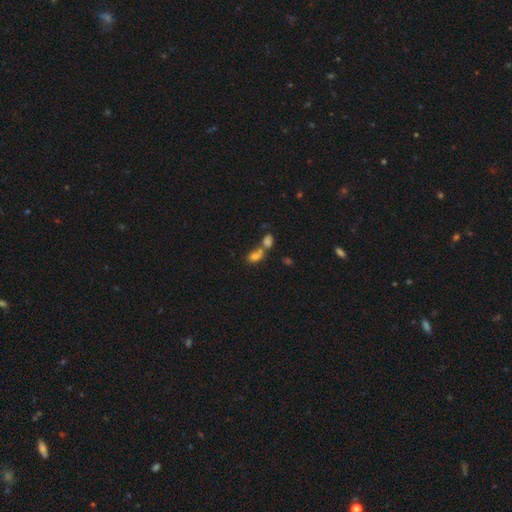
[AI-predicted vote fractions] A smooth galaxy with no disk features (73%) that is in between round and cigar-shaped (77%). Merging: merger (59%).